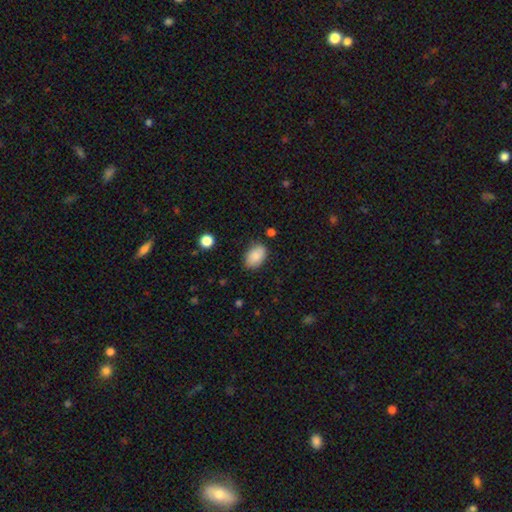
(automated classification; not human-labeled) smooth_or_featured: smooth (p=0.86) [alt: star or artifact p=0.07]
how_rounded: in between (p=0.88) [alt: round p=0.10]
merging: none (p=0.80) [alt: minor disturbance p=0.15]